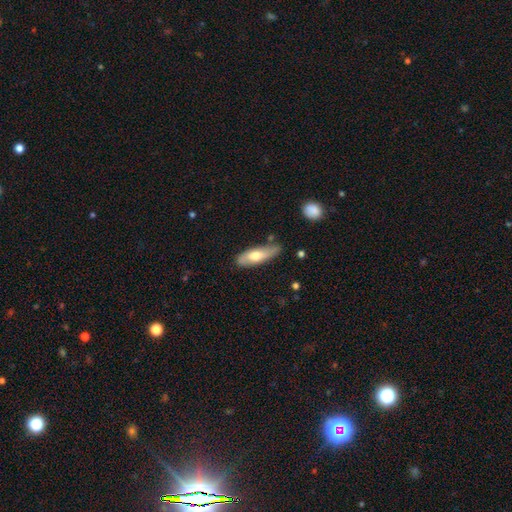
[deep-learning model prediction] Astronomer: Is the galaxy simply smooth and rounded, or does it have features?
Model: smooth — 62%.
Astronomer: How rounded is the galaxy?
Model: in between — 55% (runner-up: cigar-shaped, 43%).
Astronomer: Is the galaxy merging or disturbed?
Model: none — 72%.